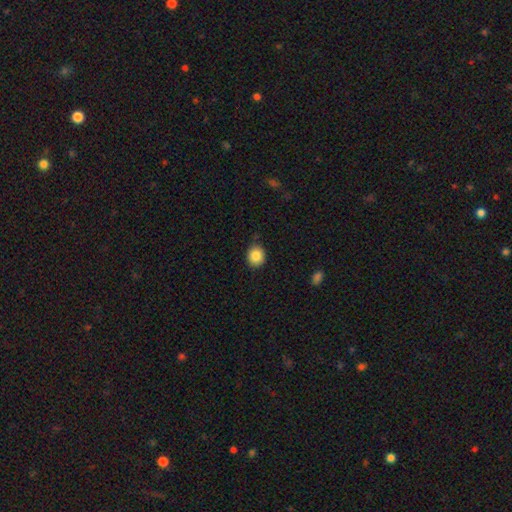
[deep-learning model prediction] A smooth galaxy with no disk features (85%) that is round (73%).

Vote fractions:
- Smooth or featured? smooth: 85% / star or artifact: 9% / featured or disk: 6%
- How rounded? round: 73% / in between: 26% / cigar-shaped: 1%
- Merging? none: 79% / minor disturbance: 17% / major disturbance: 3% / merger: 2%